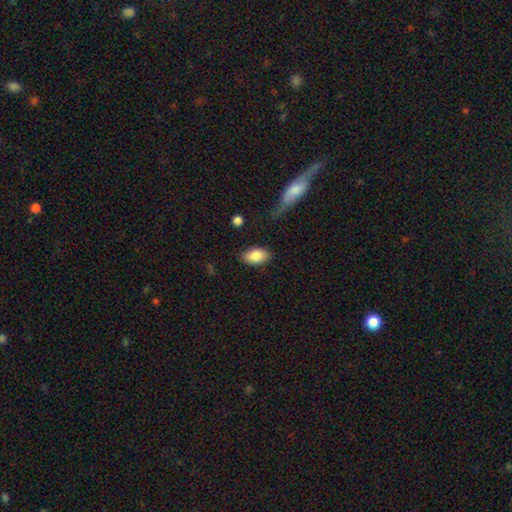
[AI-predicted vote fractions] smooth-or-featured: smooth: 86% | featured or disk: 8% | star or artifact: 6%
  how-rounded: in between: 92% | round: 6% | cigar-shaped: 2%
  merging: none: 83% | minor disturbance: 12% | major disturbance: 3% | merger: 2%